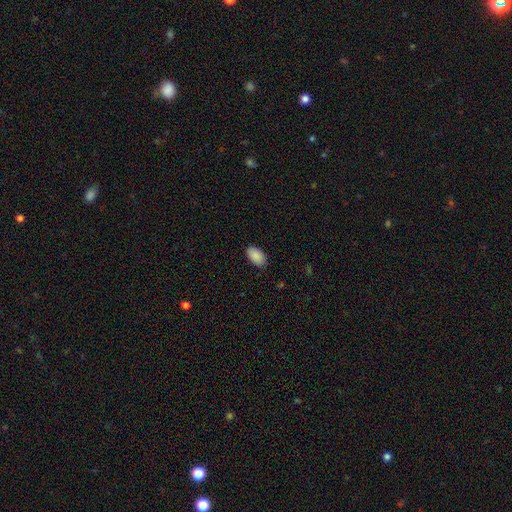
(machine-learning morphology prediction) This appears to be a smooth galaxy with no disk features (90%) that is in between round and cigar-shaped (94%). Merging: none (83%).